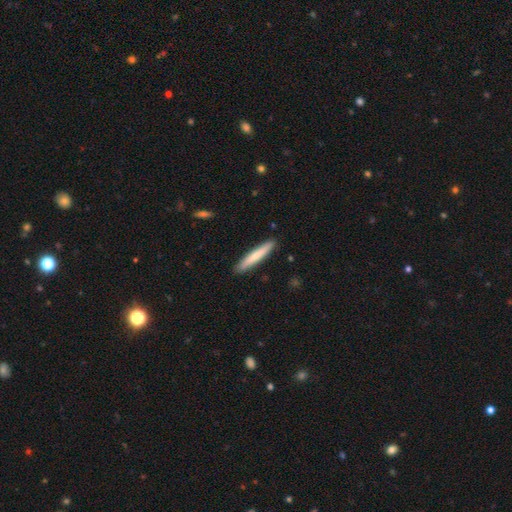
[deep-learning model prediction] smooth_or_featured: smooth (p=0.73) [alt: featured or disk p=0.22]
how_rounded: cigar-shaped (p=0.93) [alt: in between p=0.05]
merging: none (p=0.91) [alt: minor disturbance p=0.07]